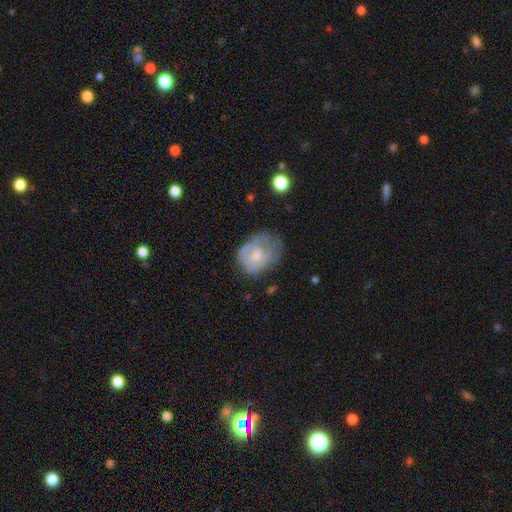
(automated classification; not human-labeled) Smooth or featured? Predicted: featured or disk (p=0.49). Merging? Predicted: none (p=0.34).